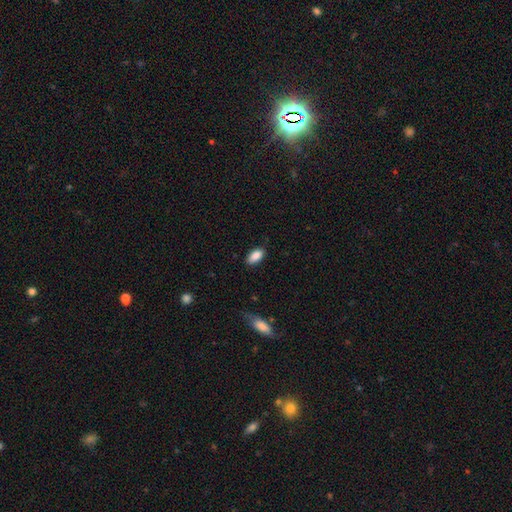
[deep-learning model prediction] Overall: smooth (88%). How rounded: in between (91%). Merging: none (84%).